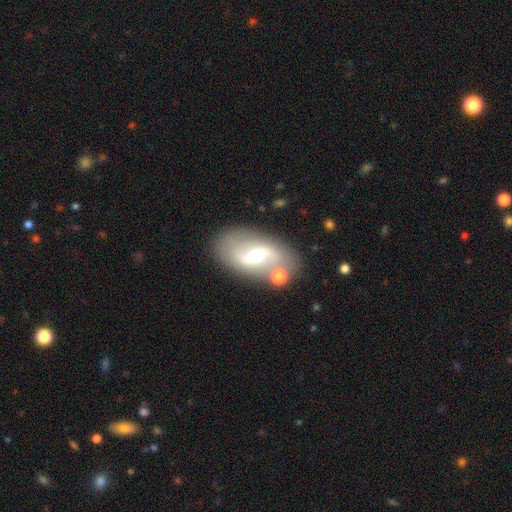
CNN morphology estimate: Smooth or featured? Predicted: featured or disk (p=0.71). Edge-on disk? Predicted: no (p=0.92). Bar? Predicted: weak (p=0.43). Spiral arms? Predicted: yes (p=0.66). Bulge size? Predicted: moderate (p=0.58). Merging? Predicted: none (p=0.76).